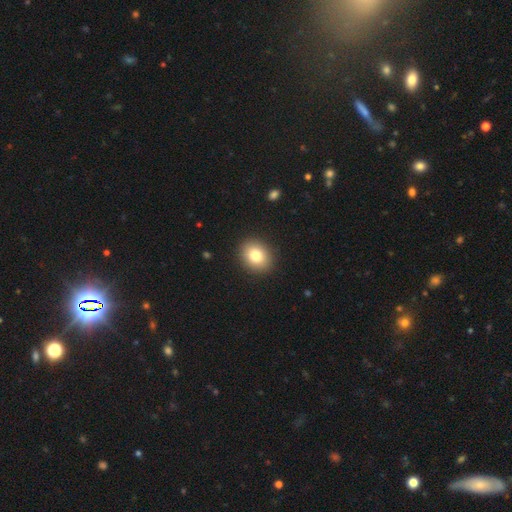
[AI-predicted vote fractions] Overall: smooth (81%). How rounded: round (55%; in between 44%). Merging: none (91%).